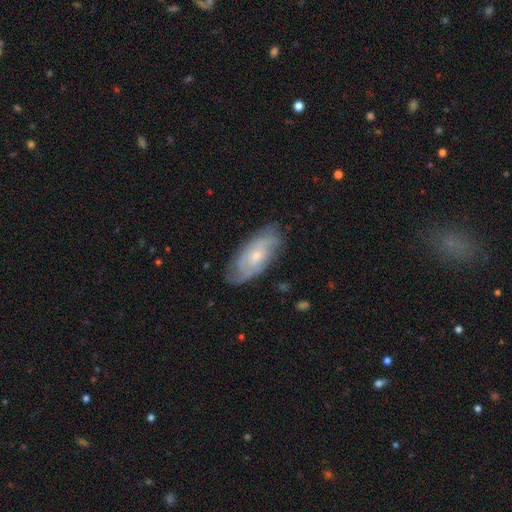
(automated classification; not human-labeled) A featured or disk galaxy (69%) with no bar (72%), tight (54%) spiral arms (86%) and a small central bulge (50%). Merging: none (76%).